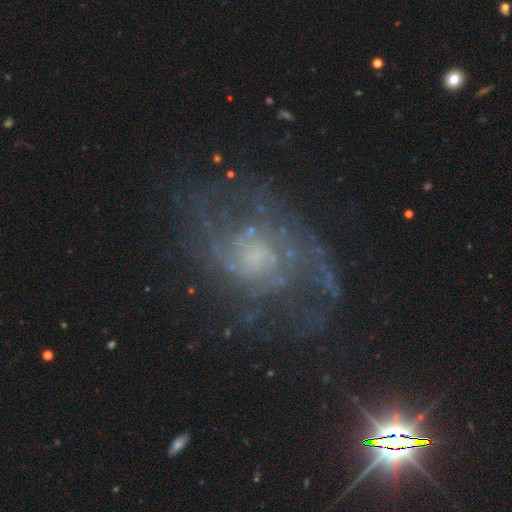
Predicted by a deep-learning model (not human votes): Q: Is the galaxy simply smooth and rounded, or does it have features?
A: featured or disk — 80%.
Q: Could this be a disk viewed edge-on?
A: no — 96%.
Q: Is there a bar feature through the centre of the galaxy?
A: no — 68%.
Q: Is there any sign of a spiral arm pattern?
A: yes — 91%.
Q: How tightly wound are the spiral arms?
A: medium — 44%.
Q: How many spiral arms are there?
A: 2 — 44%.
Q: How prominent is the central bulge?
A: small — 37%.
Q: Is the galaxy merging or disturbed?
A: none — 61%.